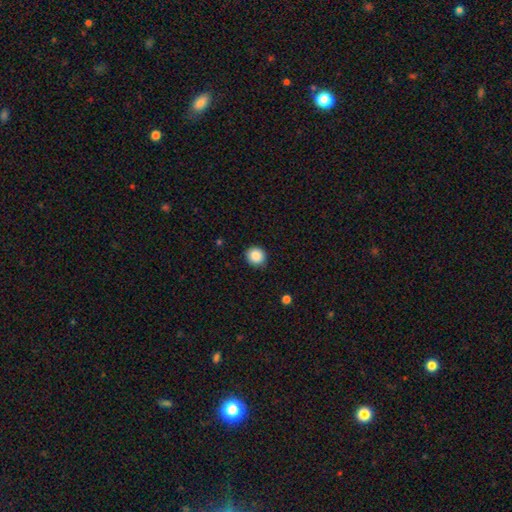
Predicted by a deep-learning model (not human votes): smooth_or_featured: smooth (p=0.88) [alt: star or artifact p=0.09]
how_rounded: round (p=0.86) [alt: in between p=0.13]
merging: none (p=0.87) [alt: minor disturbance p=0.10]